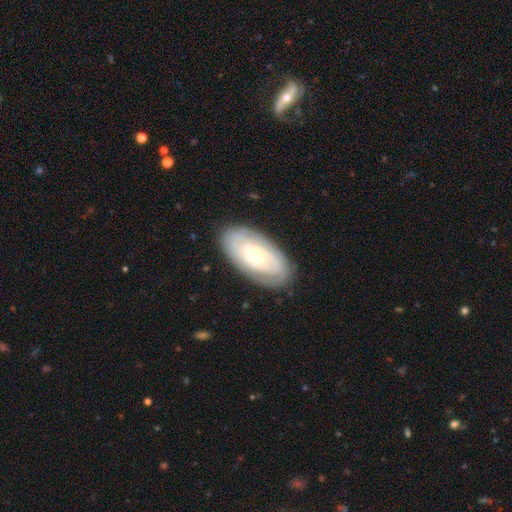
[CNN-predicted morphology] This is likely a featured or disk galaxy (61%). It is clearly not viewed edge-on (92%). Bar: clearly no (82%). Spiral arm pattern: likely yes (69%). Central bulge: likely small (66%). Merging: clearly none (83%).